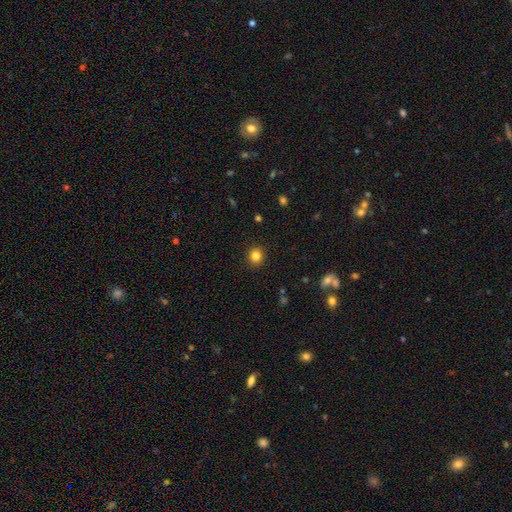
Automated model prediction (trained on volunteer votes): A smooth galaxy with no disk features (83%) that is round (85%). Merging: none (92%).